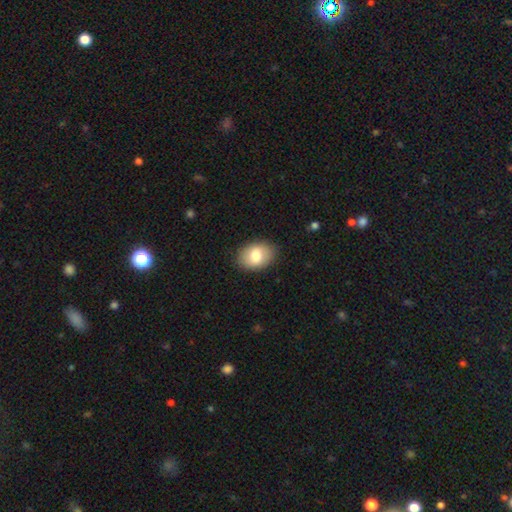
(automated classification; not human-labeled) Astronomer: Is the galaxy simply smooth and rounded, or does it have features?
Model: smooth — 77%.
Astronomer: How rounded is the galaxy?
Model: in between — 81%.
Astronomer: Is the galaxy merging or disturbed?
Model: none — 86%.